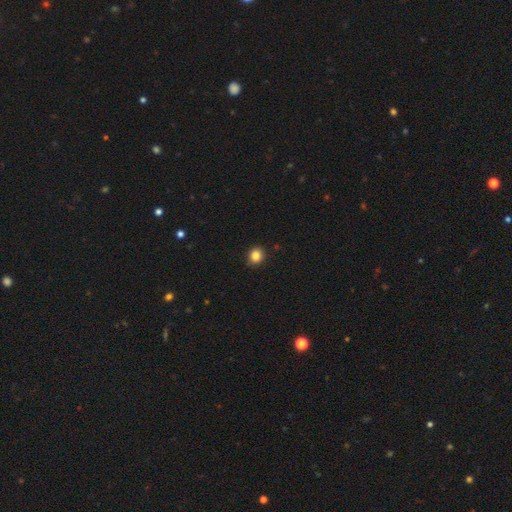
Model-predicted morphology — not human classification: smooth-or-featured: smooth: 85% | star or artifact: 11% | featured or disk: 4%
  how-rounded: round: 82% | in between: 17% | cigar-shaped: 1%
  merging: none: 90% | minor disturbance: 8% | major disturbance: 2% | merger: 1%